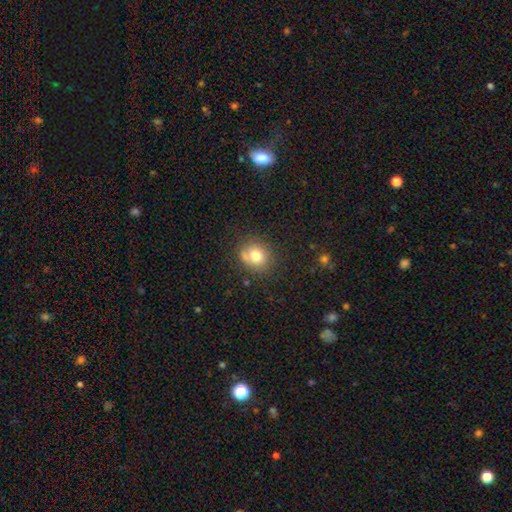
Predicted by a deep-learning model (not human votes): smooth 76%, featured or disk 12%, star or artifact 12%. Down the decision tree: how rounded — round (78%); merging — none (70%).